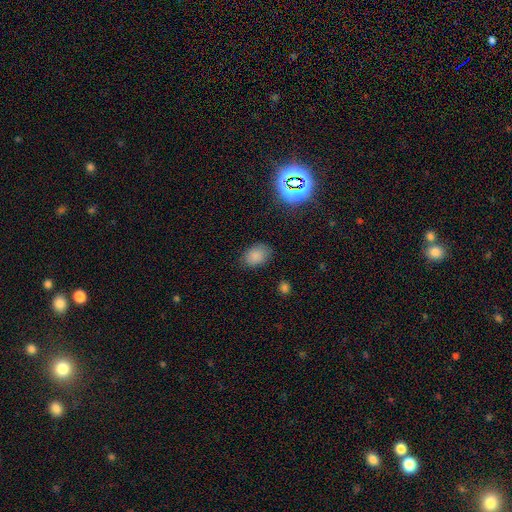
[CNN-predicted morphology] Smooth or featured? smooth (83%)
How rounded? in between (74%)
Merging? none (81%)